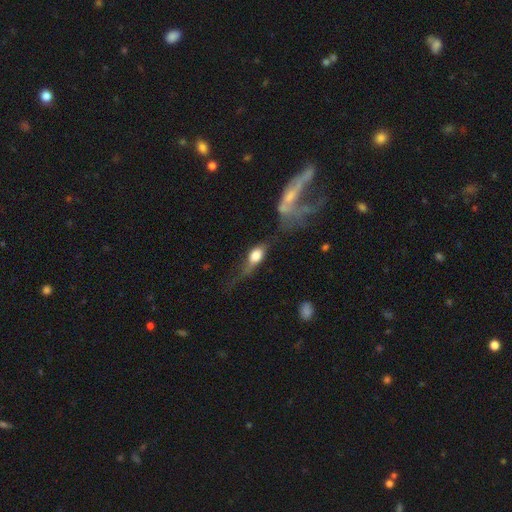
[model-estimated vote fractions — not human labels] Smooth or featured?
  - smooth: 51% *
  - featured or disk: 41%
  - star or artifact: 9%
How rounded?
  - in between: 67% *
  - cigar-shaped: 20%
  - round: 13%
Merging?
  - major disturbance: 36% *
  - none: 29%
  - minor disturbance: 21%
  - merger: 14%